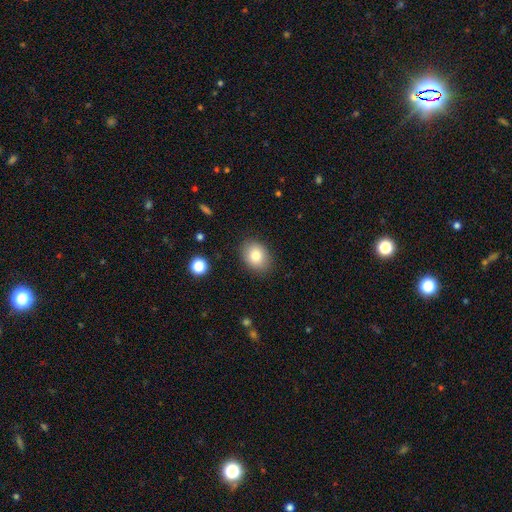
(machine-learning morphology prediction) smooth_or_featured: smooth (p=0.81) [alt: featured or disk p=0.10]
how_rounded: in between (p=0.58) [alt: round p=0.41]
merging: none (p=0.86) [alt: minor disturbance p=0.10]